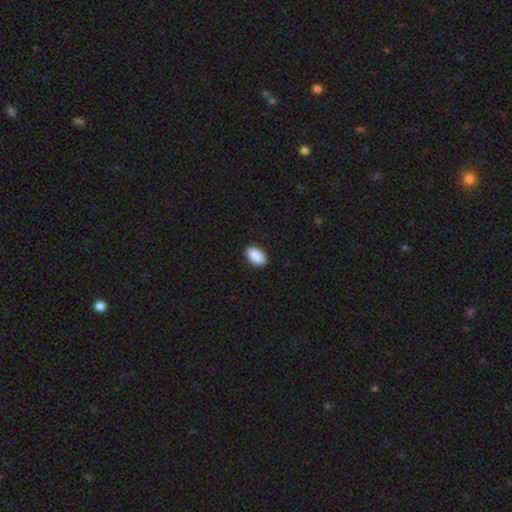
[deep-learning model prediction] This appears to be a smooth galaxy with no disk features (91%) that is in between round and cigar-shaped (93%). Merging: none (90%).